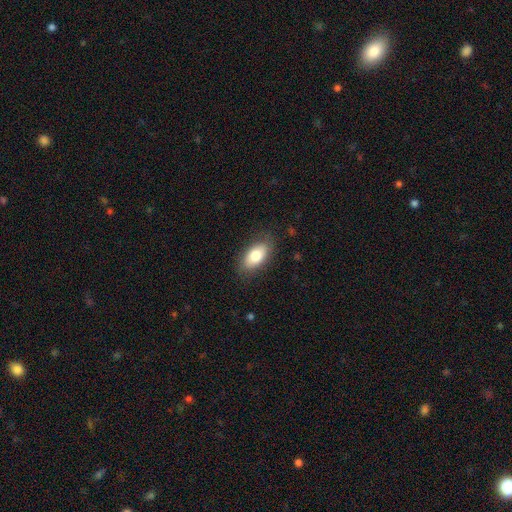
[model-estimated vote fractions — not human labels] Morphology: type=smooth (78%); roundness=in between (92%); merging=none (83%).